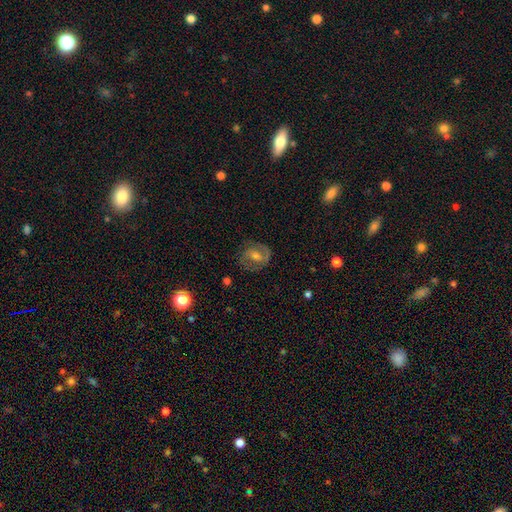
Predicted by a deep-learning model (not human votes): This appears to be a featured or disk galaxy (66%) with a weak bar (46%), spiral arms (78%) and a moderate central bulge (61%). Merging: none (79%).